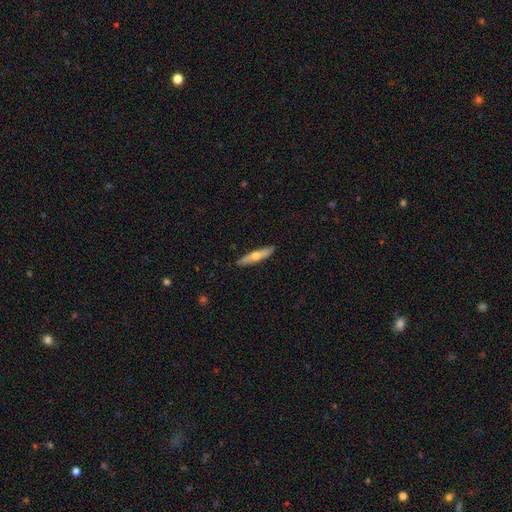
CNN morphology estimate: Smooth or featured? smooth (49%)
Merging? none (89%)